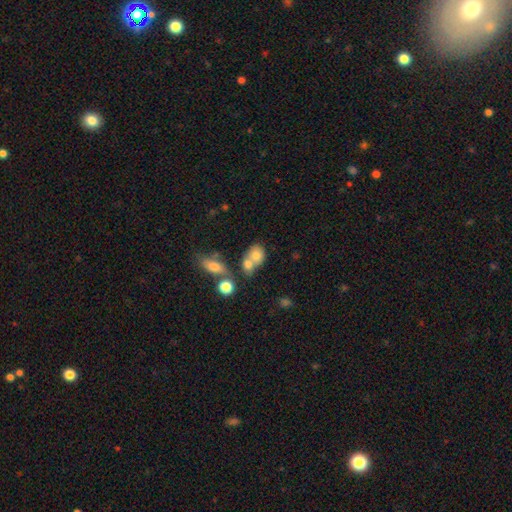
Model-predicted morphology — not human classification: smooth 73%, featured or disk 17%, star or artifact 11%. Down the decision tree: how rounded — in between (54%); merging — merger (55%).